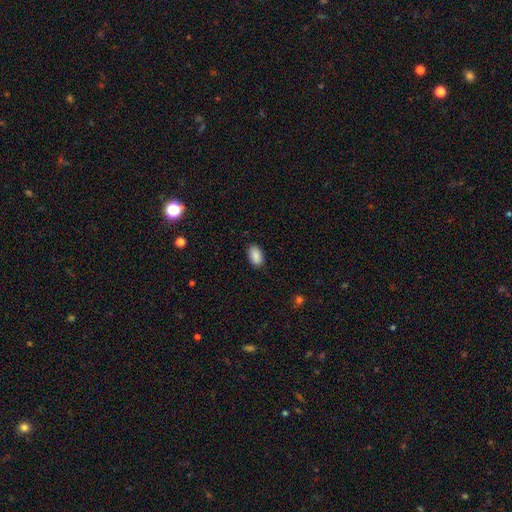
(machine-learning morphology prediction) A smooth galaxy with no disk features (89%) that is in between round and cigar-shaped (93%).

Vote fractions:
- Smooth or featured? smooth: 89% / star or artifact: 7% / featured or disk: 3%
- How rounded? in between: 93% / round: 6% / cigar-shaped: 2%
- Merging? none: 87% / minor disturbance: 10% / major disturbance: 2% / merger: 1%